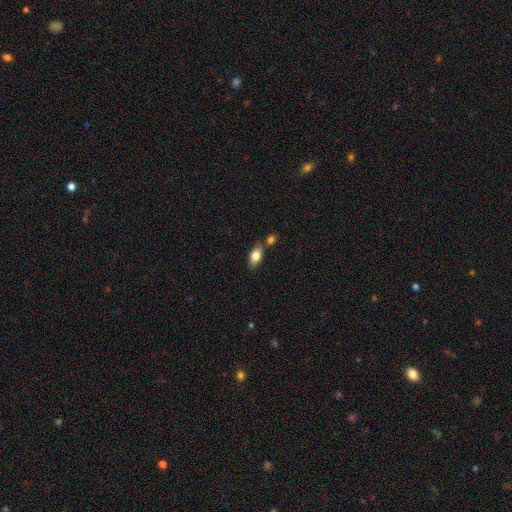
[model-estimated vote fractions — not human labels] smooth 79%, featured or disk 14%, star or artifact 7%. Down the decision tree: how rounded — in between (88%); merging — none (66%).